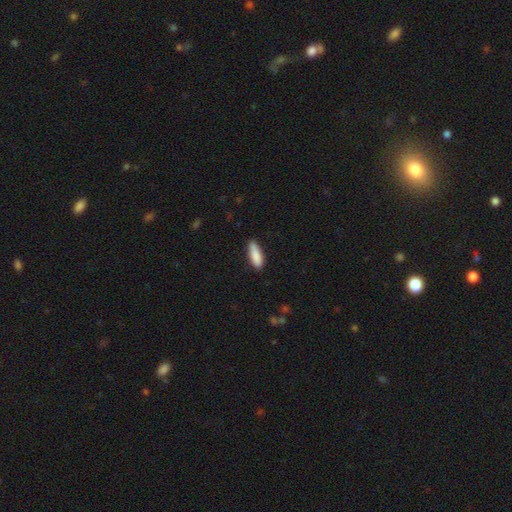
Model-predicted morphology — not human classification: The model was most divided on "how rounded": cigar-shaped: 53%, in between: 46%, round: 2%. More confident: smooth or featured — smooth (87%); merging — none (84%).